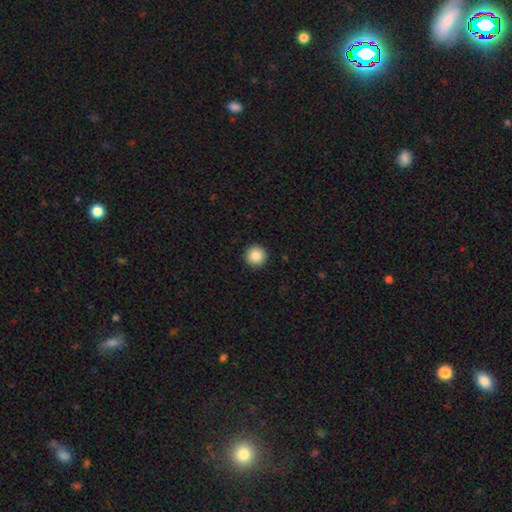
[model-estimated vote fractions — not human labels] Smooth or featured? Predicted: smooth (p=0.87). How rounded? Predicted: round (p=0.96). Merging? Predicted: none (p=0.93).